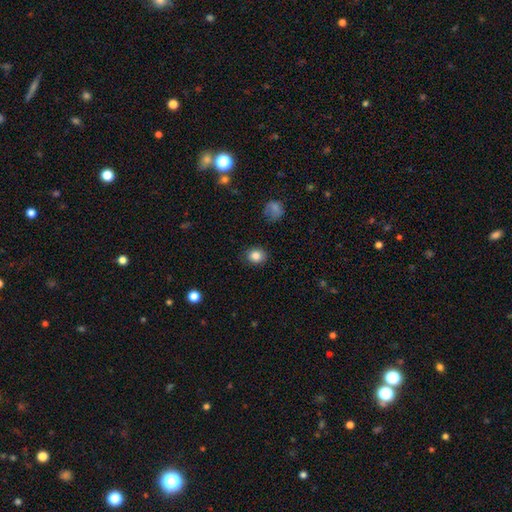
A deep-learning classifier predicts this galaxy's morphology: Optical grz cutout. It shows a smooth galaxy with no disk features (84%) that is round (70%). Merging: none (88%).